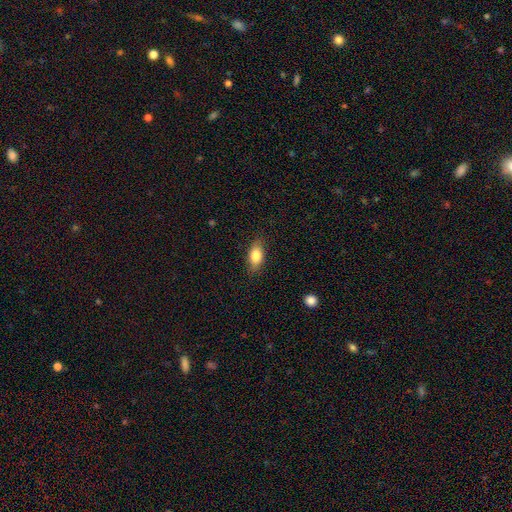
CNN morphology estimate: Smooth or featured?
  - smooth: 81% *
  - featured or disk: 12%
  - star or artifact: 7%
How rounded?
  - in between: 86% *
  - cigar-shaped: 8%
  - round: 6%
Merging?
  - none: 85% *
  - minor disturbance: 11%
  - major disturbance: 3%
  - merger: 1%